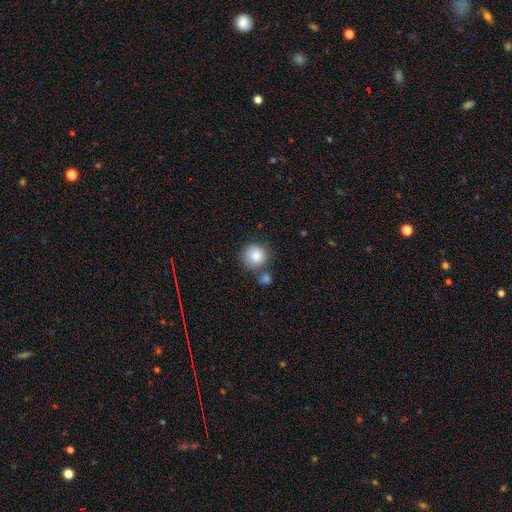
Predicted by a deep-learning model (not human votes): A smooth galaxy with no disk features (86%) that is round (92%).

Vote fractions:
- Smooth or featured? smooth: 86% / star or artifact: 8% / featured or disk: 6%
- How rounded? round: 92% / in between: 8% / cigar-shaped: 1%
- Merging? none: 65% / merger: 18% / minor disturbance: 12% / major disturbance: 4%